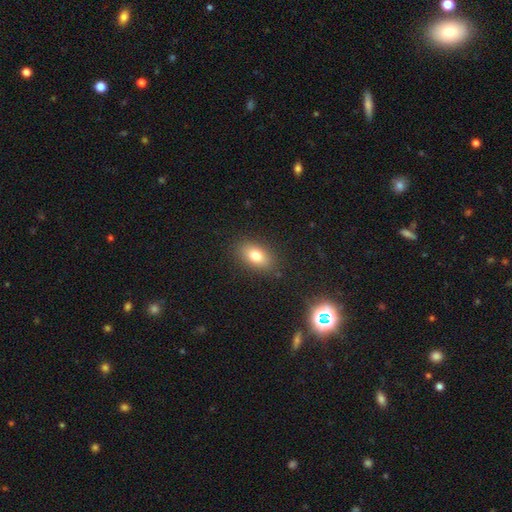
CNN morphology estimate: type=smooth (78%); roundness=in between (87%); merging=none (86%).